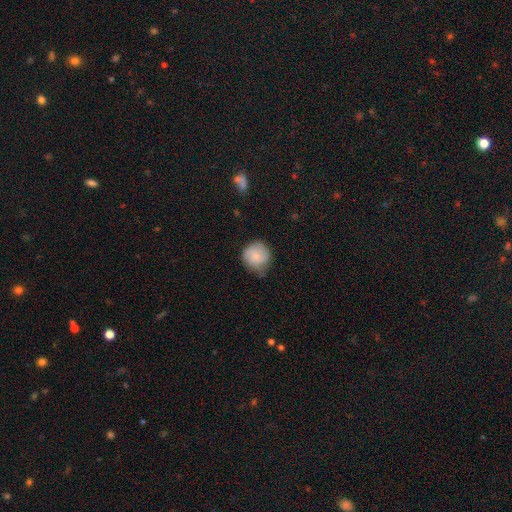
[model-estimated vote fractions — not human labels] Morphology: type=smooth (80%); roundness=round (89%); merging=none (55%).